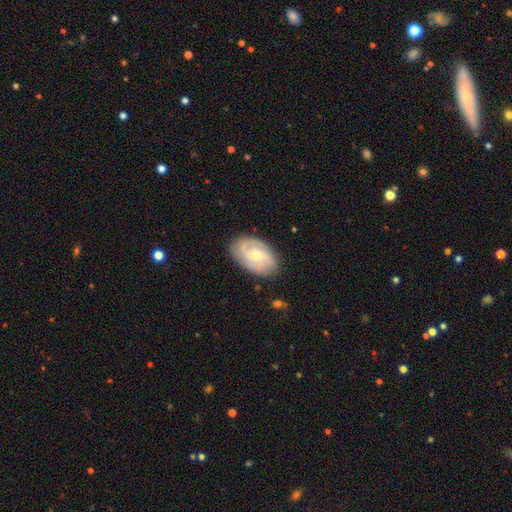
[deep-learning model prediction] smooth_or_featured: featured or disk (p=0.73) [alt: smooth p=0.22]
disk_edge_on: no (p=0.96) [alt: yes p=0.04]
bar: no (p=0.60) [alt: weak p=0.34]
has_spiral_arms: yes (p=0.91) [alt: no p=0.09]
spiral_winding: tight (p=0.48) [alt: medium p=0.39]
spiral_arm_count: 2 (p=0.34) [alt: can't tell p=0.27]
bulge_size: small (p=0.56) [alt: moderate p=0.40]
merging: none (p=0.80) [alt: minor disturbance p=0.15]